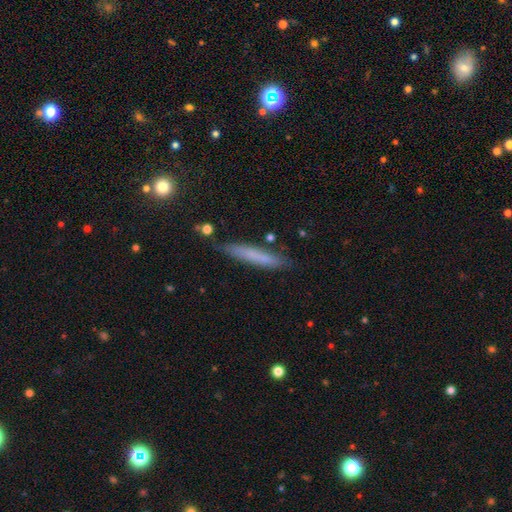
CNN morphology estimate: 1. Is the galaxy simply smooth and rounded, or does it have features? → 68% smooth, 25% featured or disk, 8% star or artifact.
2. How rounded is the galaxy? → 94% cigar-shaped, 5% in between, 1% round.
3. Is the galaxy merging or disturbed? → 82% none, 13% minor disturbance, 3% merger, 2% major disturbance.